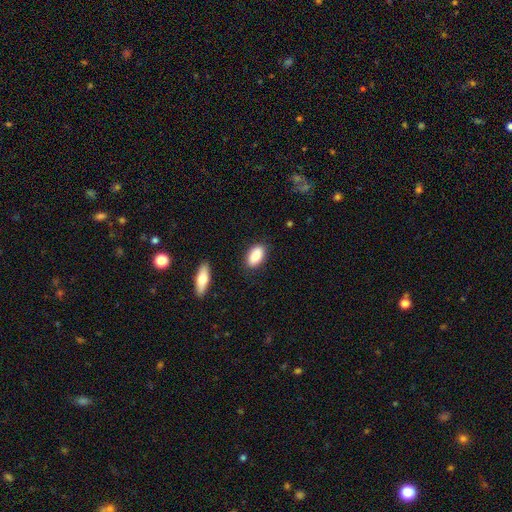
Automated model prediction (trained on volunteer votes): smooth_or_featured: smooth (p=0.88) [alt: star or artifact p=0.07]
how_rounded: in between (p=0.92) [alt: round p=0.04]
merging: none (p=0.86) [alt: minor disturbance p=0.10]